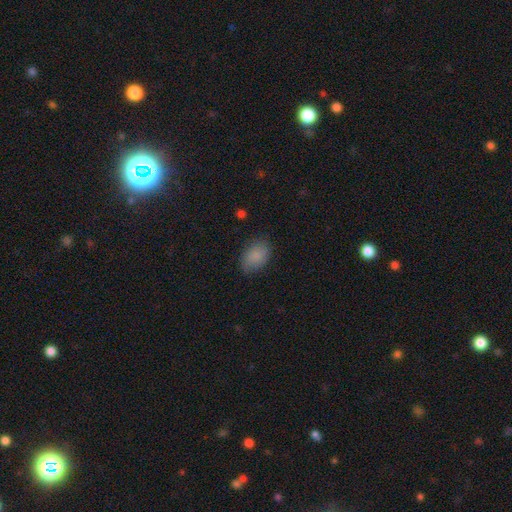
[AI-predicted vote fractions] Smooth or featured? Predicted: smooth (p=0.87). How rounded? Predicted: in between (p=0.85). Merging? Predicted: none (p=0.79).